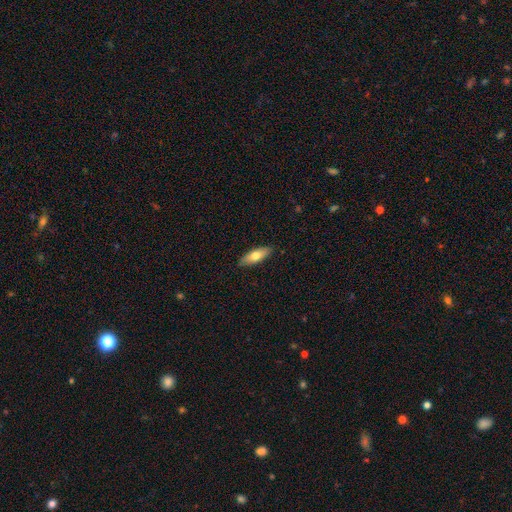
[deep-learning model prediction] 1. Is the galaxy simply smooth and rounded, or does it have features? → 70% smooth, 24% featured or disk, 6% star or artifact.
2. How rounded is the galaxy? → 62% in between, 36% cigar-shaped, 2% round.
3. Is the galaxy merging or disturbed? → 89% none, 8% minor disturbance, 2% major disturbance, 1% merger.